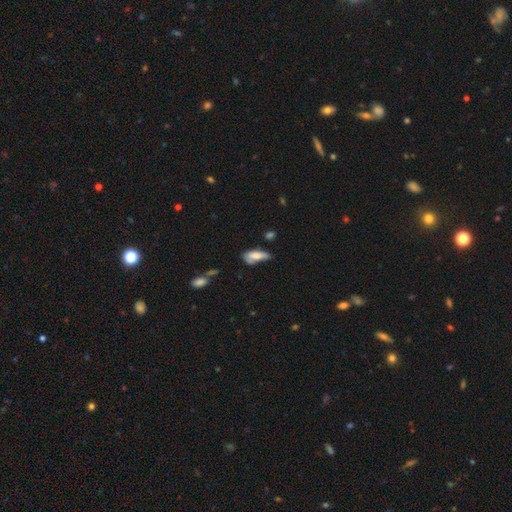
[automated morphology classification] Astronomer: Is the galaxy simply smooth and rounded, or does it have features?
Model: smooth — 73%.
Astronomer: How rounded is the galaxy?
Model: in between — 78%.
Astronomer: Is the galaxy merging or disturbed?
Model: minor disturbance — 41% (runner-up: none, 32%).